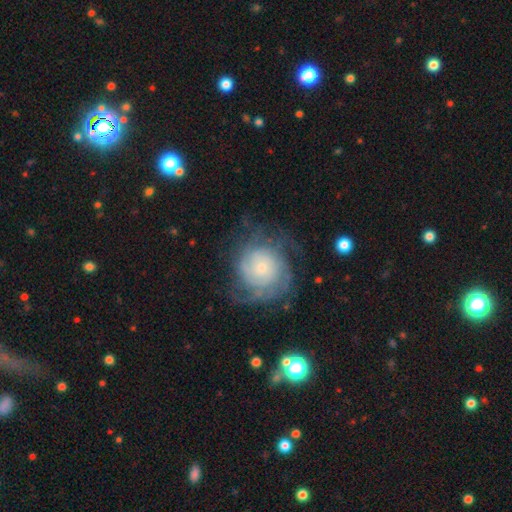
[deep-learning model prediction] Overall: featured or disk (60%; star or artifact 20%). Edge-on disk: no (96%). Bar: no (78%). Spiral arms: yes (90%). Spiral arm count: can't tell (46%; 2 15%). Spiral winding: tight (69%). Bulge size: small (57%; moderate 33%). Merging: none (74%).